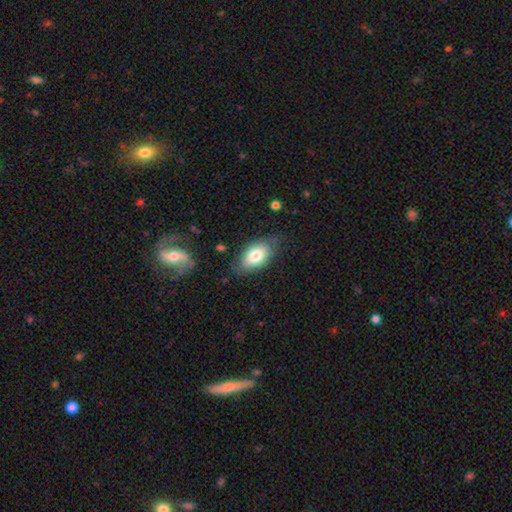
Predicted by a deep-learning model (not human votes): This is likely a smooth galaxy (76%). How rounded: clearly in between (91%). Merging: likely none (72%).